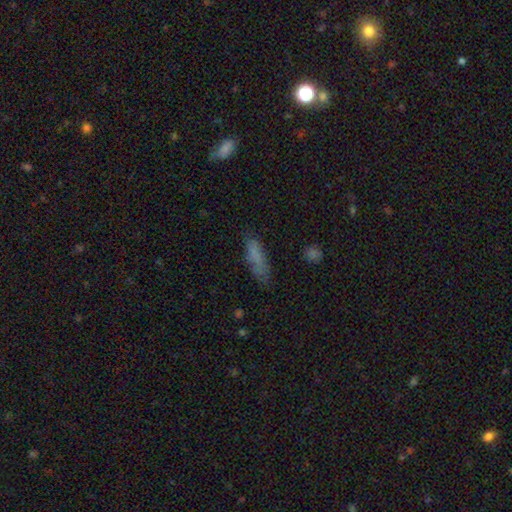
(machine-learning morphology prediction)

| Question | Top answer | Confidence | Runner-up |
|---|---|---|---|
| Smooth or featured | smooth | 73% | featured or disk (16%) |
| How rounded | cigar-shaped | 57% | in between (40%) |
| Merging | none | 64% | minor disturbance (25%) |